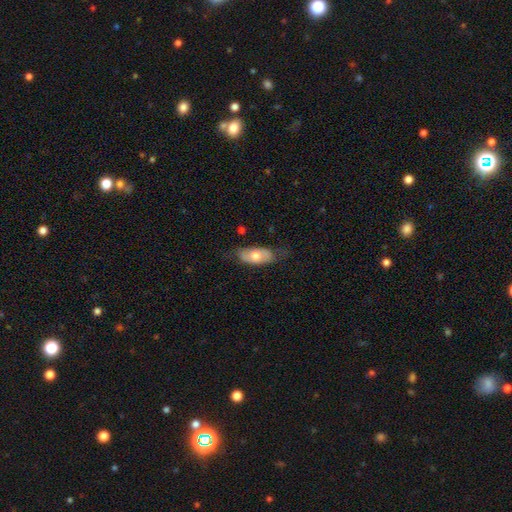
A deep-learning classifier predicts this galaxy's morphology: Smooth or featured?
  - smooth: 62% *
  - featured or disk: 33%
  - star or artifact: 6%
How rounded?
  - in between: 89% *
  - cigar-shaped: 8%
  - round: 3%
Merging?
  - none: 69% *
  - minor disturbance: 23%
  - major disturbance: 7%
  - merger: 2%